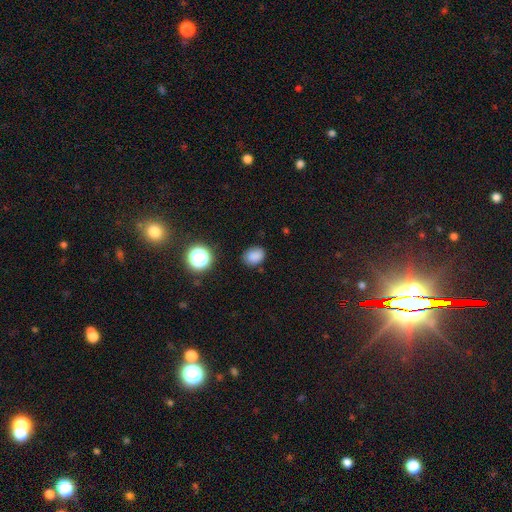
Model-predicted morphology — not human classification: A smooth galaxy with no disk features (82%) that is in between round and cigar-shaped (59%).

Vote fractions:
- Smooth or featured? smooth: 82% / star or artifact: 13% / featured or disk: 5%
- How rounded? in between: 59% / round: 40% / cigar-shaped: 1%
- Merging? none: 80% / minor disturbance: 15% / major disturbance: 3% / merger: 2%